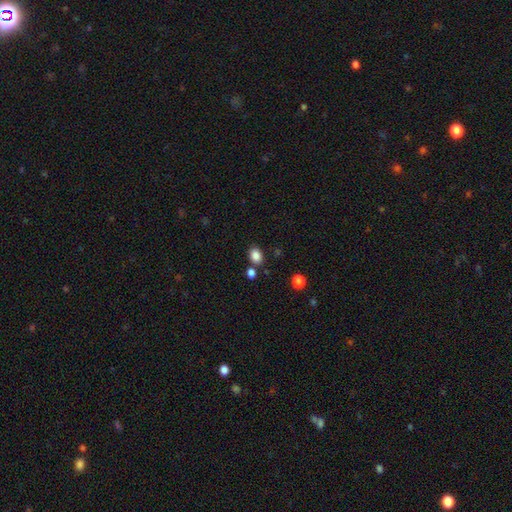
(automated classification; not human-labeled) smooth_or_featured: smooth (p=0.85) [alt: star or artifact p=0.11]
how_rounded: in between (p=0.65) [alt: round p=0.34]
merging: none (p=0.76) [alt: minor disturbance p=0.10]